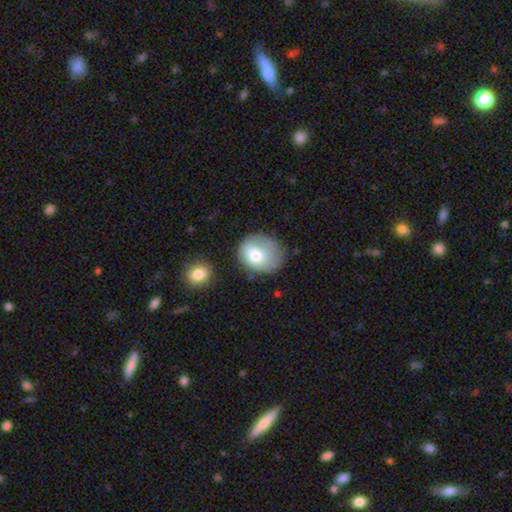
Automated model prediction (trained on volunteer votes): A smooth galaxy with no disk features (73%) that is round (53%).

Vote fractions:
- Smooth or featured? smooth: 73% / featured or disk: 19% / star or artifact: 8%
- How rounded? round: 53% / in between: 46% / cigar-shaped: 1%
- Merging? none: 56% / minor disturbance: 28% / major disturbance: 11% / merger: 5%